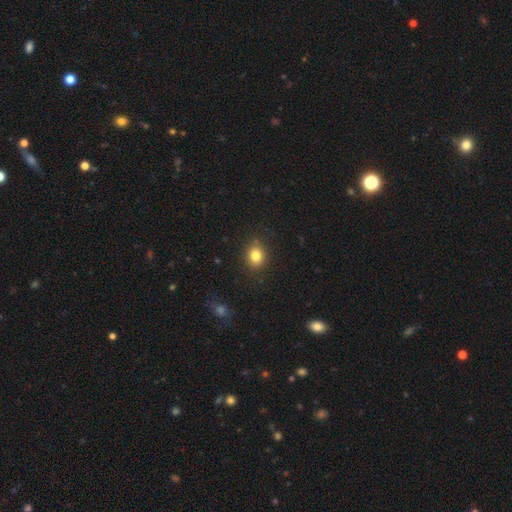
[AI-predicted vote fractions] smooth-or-featured: smooth: 82% | star or artifact: 12% | featured or disk: 7%
  how-rounded: round: 70% | in between: 29% | cigar-shaped: 1%
  merging: none: 87% | minor disturbance: 9% | major disturbance: 3% | merger: 2%